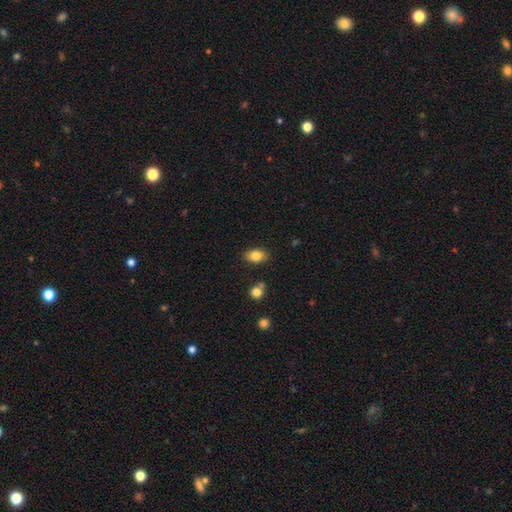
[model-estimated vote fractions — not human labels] This appears to be a smooth galaxy with no disk features (83%) that is in between round and cigar-shaped (86%). Merging: none (84%).